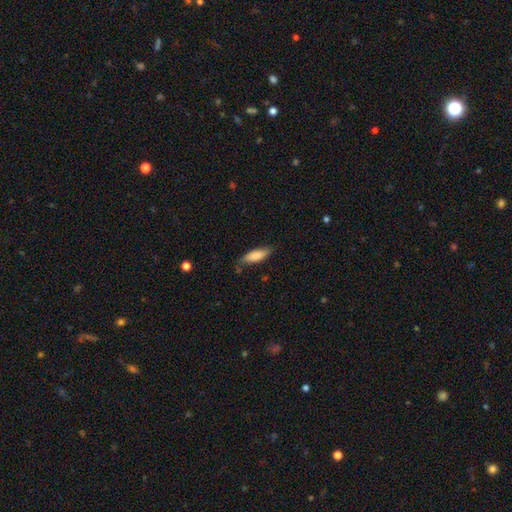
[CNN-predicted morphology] type=smooth (83%); roundness=in between (59%); merging=none (74%).